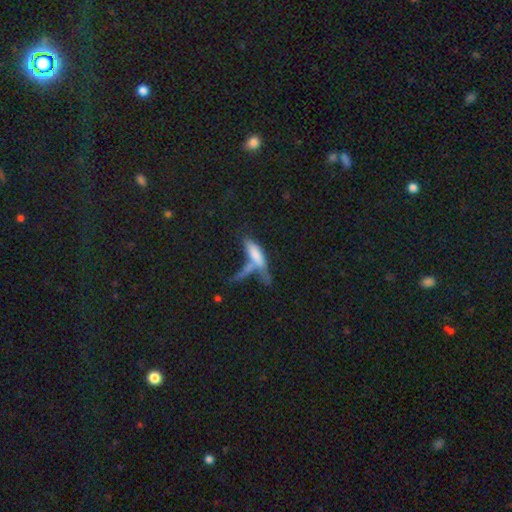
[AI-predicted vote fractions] A smooth galaxy with no disk features (66%) that is cigar-shaped (59%).

Vote fractions:
- Smooth or featured? smooth: 66% / featured or disk: 25% / star or artifact: 9%
- How rounded? cigar-shaped: 59% / in between: 38% / round: 2%
- Merging? merger: 42% / none: 27% / major disturbance: 17% / minor disturbance: 15%